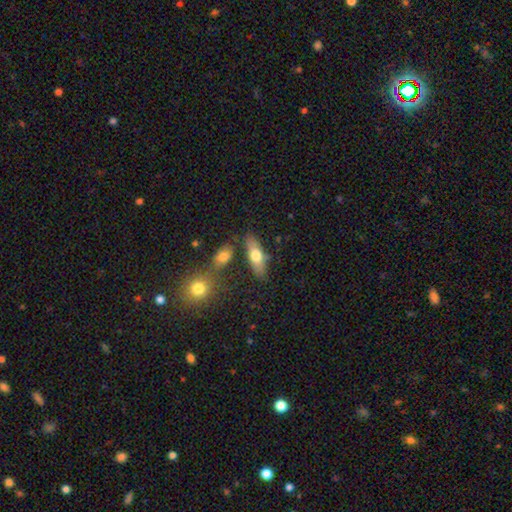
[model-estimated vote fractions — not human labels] smooth 65%, featured or disk 28%, star or artifact 7%. Down the decision tree: how rounded — in between (66%); merging — none (71%).